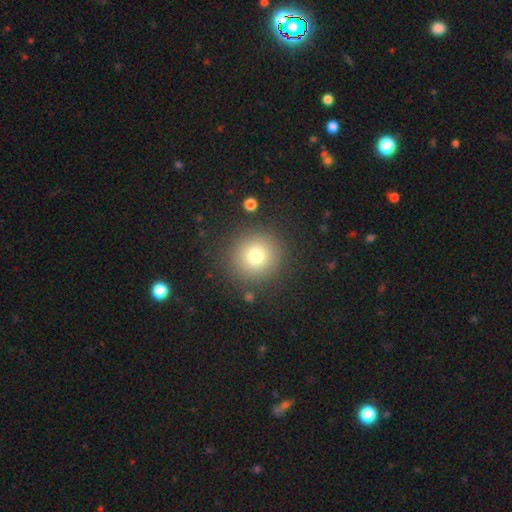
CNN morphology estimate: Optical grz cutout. It shows a smooth galaxy with no disk features (76%) that is round (94%). Merging: none (87%).